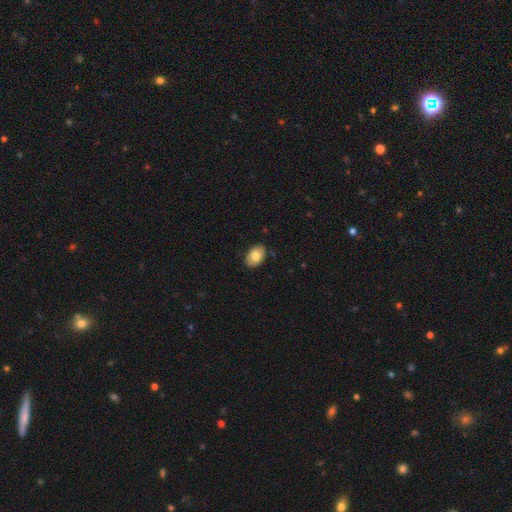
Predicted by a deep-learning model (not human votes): smooth 80%, featured or disk 13%, star or artifact 7%. Down the decision tree: how rounded — in between (85%); merging — none (86%).